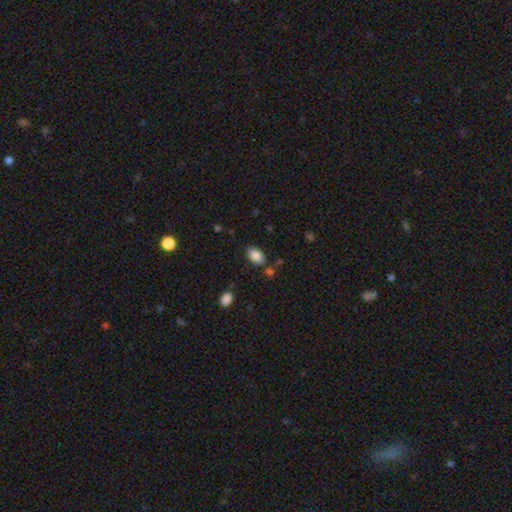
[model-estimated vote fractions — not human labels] This appears to be a smooth galaxy with no disk features (87%) that is in between round and cigar-shaped (89%). Merging: none (78%).